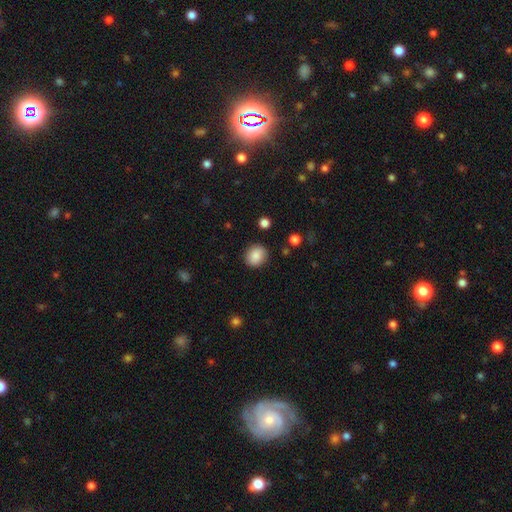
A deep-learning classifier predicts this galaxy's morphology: Smooth or featured: smooth — 86% (star or artifact — 9%)
How rounded: round — 77% (in between — 22%)
Merging: none — 87% (minor disturbance — 9%)